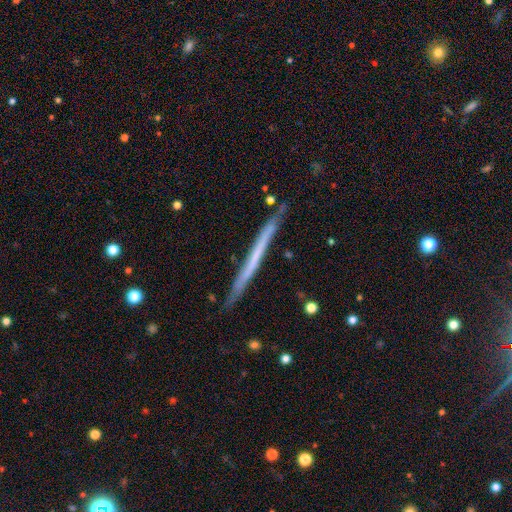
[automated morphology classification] Smooth or featured? featured or disk (52%)
Edge-on disk? yes (96%)
Merging? none (86%)